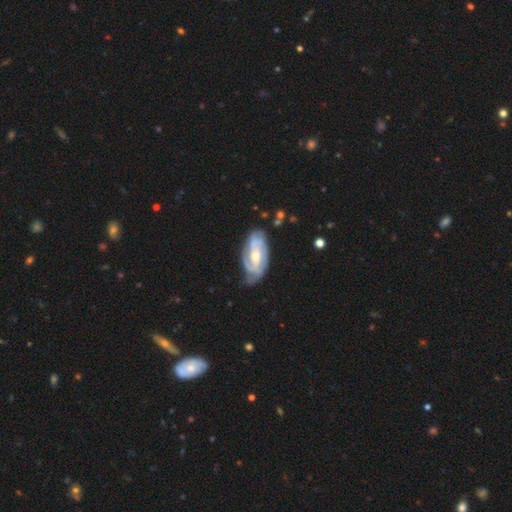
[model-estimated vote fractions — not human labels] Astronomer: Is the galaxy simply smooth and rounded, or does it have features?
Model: featured or disk — 84%.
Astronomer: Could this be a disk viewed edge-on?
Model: no — 95%.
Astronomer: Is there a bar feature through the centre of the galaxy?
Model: no — 45% (runner-up: weak, 41%).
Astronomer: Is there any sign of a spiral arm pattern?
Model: yes — 95%.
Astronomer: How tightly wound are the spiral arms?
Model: tight — 55% (runner-up: medium, 35%).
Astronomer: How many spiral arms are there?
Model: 2 — 38% (runner-up: 3, 26%).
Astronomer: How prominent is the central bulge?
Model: moderate — 55% (runner-up: small, 40%).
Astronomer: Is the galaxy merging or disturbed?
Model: none — 67%.